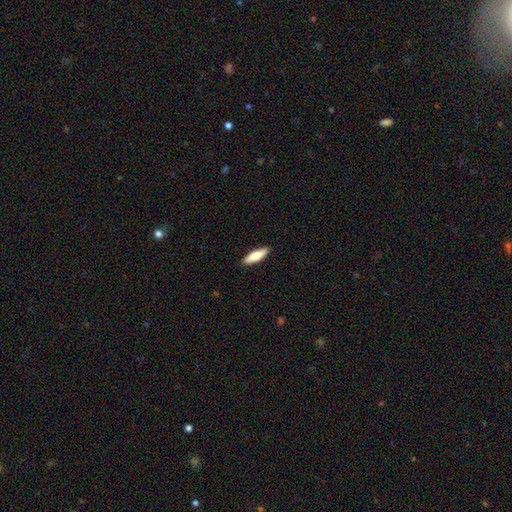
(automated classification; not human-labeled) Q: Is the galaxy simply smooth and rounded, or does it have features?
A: smooth — 72%.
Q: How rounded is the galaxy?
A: cigar-shaped — 55%.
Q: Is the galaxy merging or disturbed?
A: none — 90%.